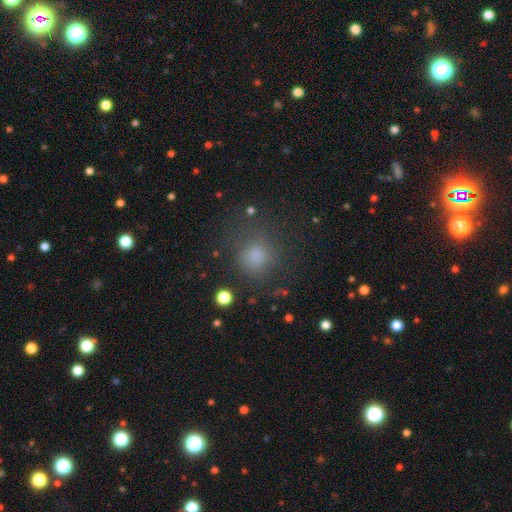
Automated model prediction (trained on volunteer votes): Morphology: type=smooth (78%); roundness=round (85%); merging=none (74%).